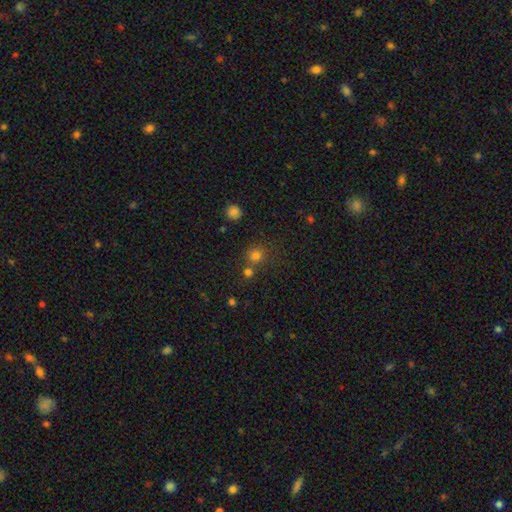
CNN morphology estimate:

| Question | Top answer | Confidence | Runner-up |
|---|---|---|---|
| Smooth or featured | smooth | 74% | star or artifact (20%) |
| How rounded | round | 88% | in between (11%) |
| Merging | none | 65% | merger (24%) |